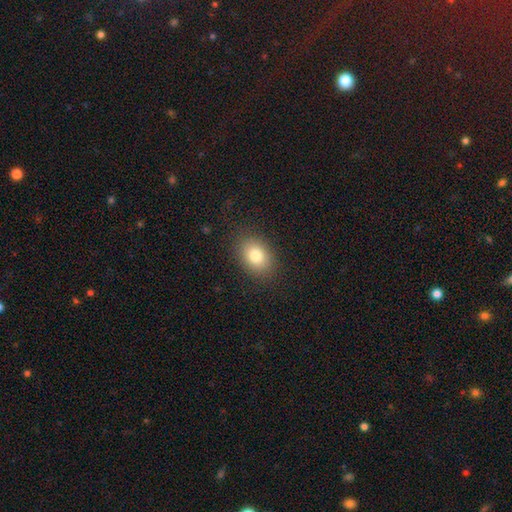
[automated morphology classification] A smooth galaxy with no disk features (81%) that is in between round and cigar-shaped (71%). Merging: none (86%).